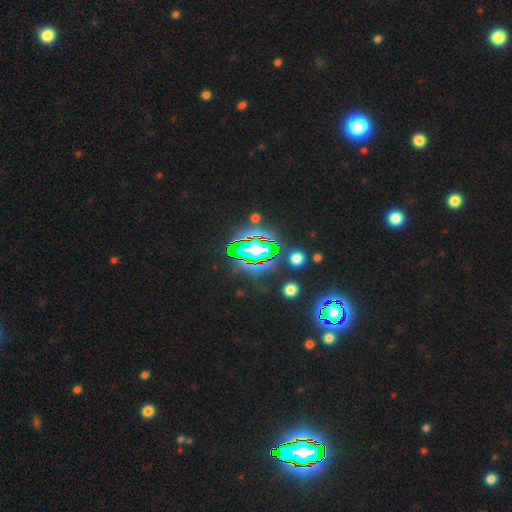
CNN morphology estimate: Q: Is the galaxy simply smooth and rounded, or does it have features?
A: star or artifact — 74%.